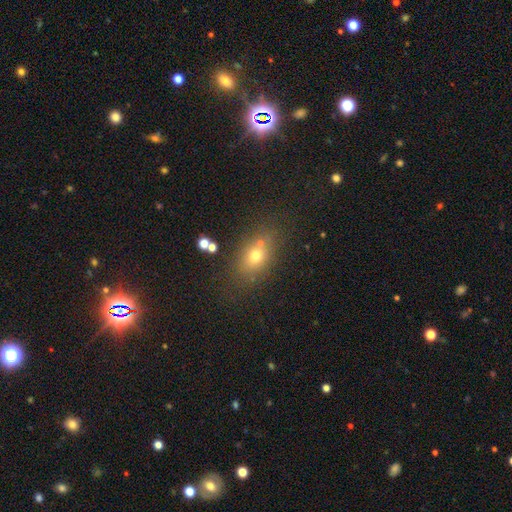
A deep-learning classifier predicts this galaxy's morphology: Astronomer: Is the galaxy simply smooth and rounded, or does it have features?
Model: smooth — 68%.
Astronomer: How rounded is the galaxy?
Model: in between — 65%.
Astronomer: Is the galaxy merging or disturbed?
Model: none — 69%.